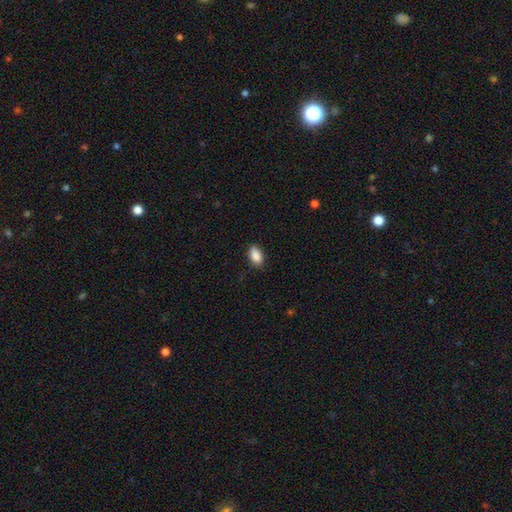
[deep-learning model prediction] smooth-or-featured: smooth: 89% | star or artifact: 7% | featured or disk: 3%
  how-rounded: in between: 91% | round: 7% | cigar-shaped: 2%
  merging: none: 84% | minor disturbance: 12% | major disturbance: 2% | merger: 1%